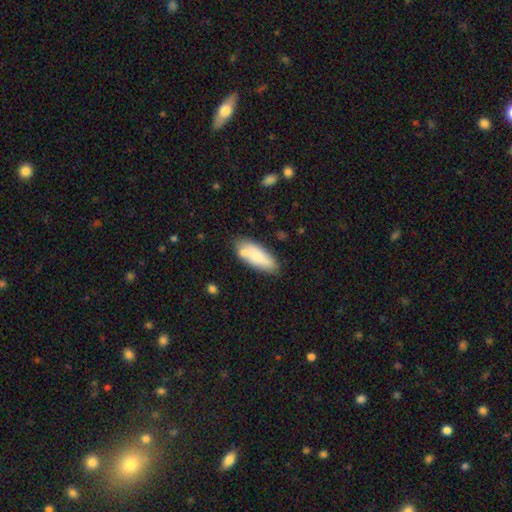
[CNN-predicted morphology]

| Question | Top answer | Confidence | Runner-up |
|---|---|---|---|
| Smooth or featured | smooth | 78% | featured or disk (16%) |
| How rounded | in between | 74% | cigar-shaped (24%) |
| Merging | none | 68% | minor disturbance (18%) |